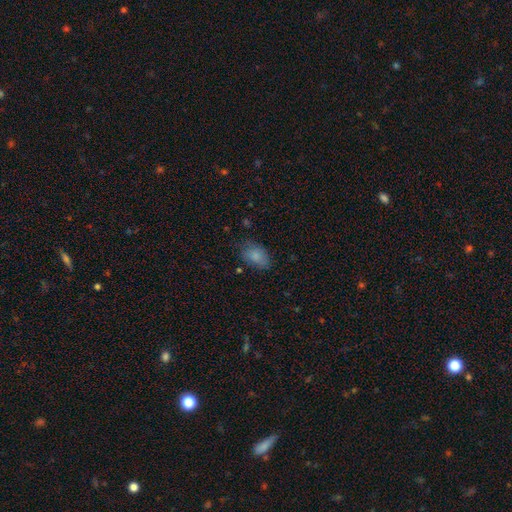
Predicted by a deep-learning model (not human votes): A smooth galaxy with no disk features (84%) that is in between round and cigar-shaped (88%).

Vote fractions:
- Smooth or featured? smooth: 84% / featured or disk: 8% / star or artifact: 8%
- How rounded? in between: 88% / round: 11% / cigar-shaped: 1%
- Merging? none: 68% / minor disturbance: 24% / major disturbance: 7% / merger: 2%